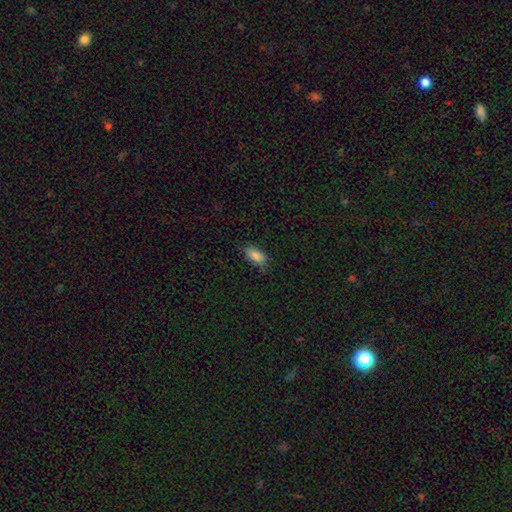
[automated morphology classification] Smooth or featured? smooth (86%)
How rounded? in between (90%)
Merging? none (81%)